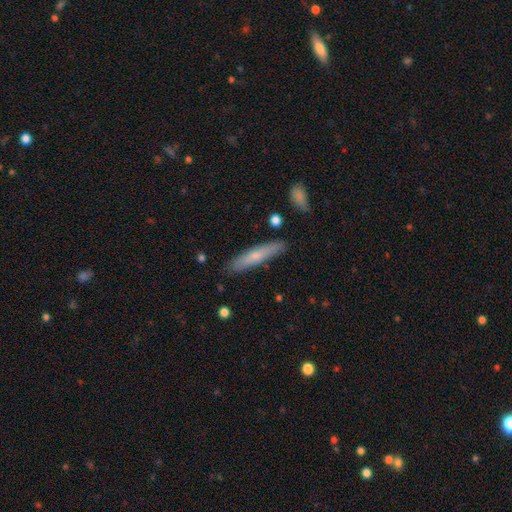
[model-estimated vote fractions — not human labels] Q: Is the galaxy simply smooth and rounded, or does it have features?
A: smooth — 61%.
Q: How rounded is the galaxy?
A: cigar-shaped — 88%.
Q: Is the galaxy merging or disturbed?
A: none — 85%.